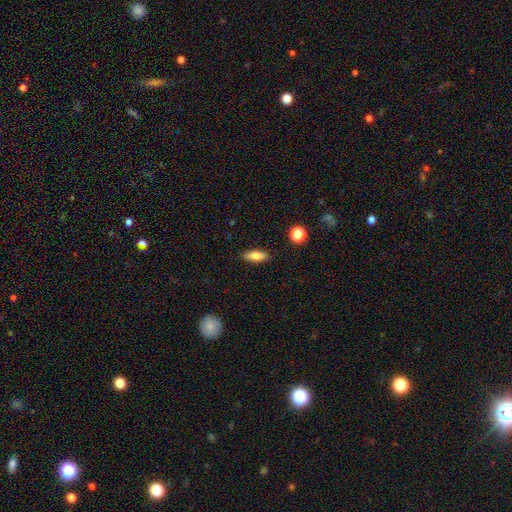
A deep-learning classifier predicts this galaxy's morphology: smooth_or_featured: smooth (p=0.76) [alt: featured or disk p=0.16]
how_rounded: in between (p=0.66) [alt: cigar-shaped p=0.31]
merging: none (p=0.87) [alt: minor disturbance p=0.10]